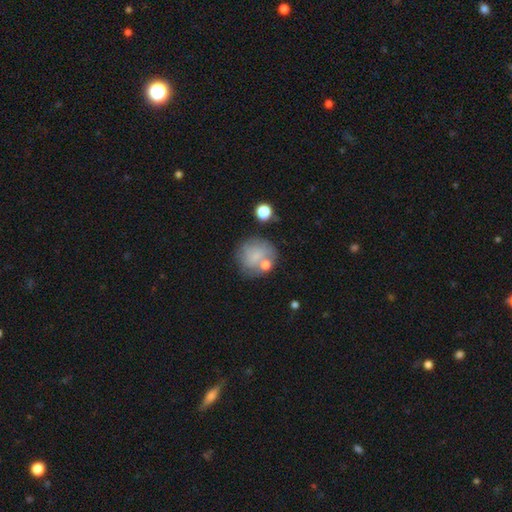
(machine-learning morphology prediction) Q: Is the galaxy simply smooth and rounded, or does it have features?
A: smooth — 64%.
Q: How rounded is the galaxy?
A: round — 87%.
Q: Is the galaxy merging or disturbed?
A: none — 57%.